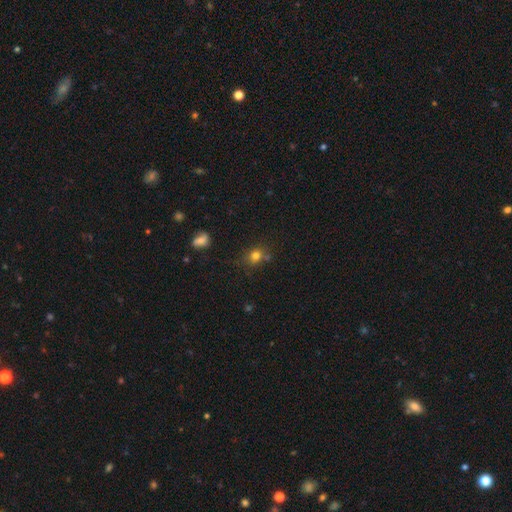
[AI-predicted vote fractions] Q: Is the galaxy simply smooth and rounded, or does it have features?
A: smooth — 77%.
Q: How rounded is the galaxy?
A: round — 72%.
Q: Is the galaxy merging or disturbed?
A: none — 66%.